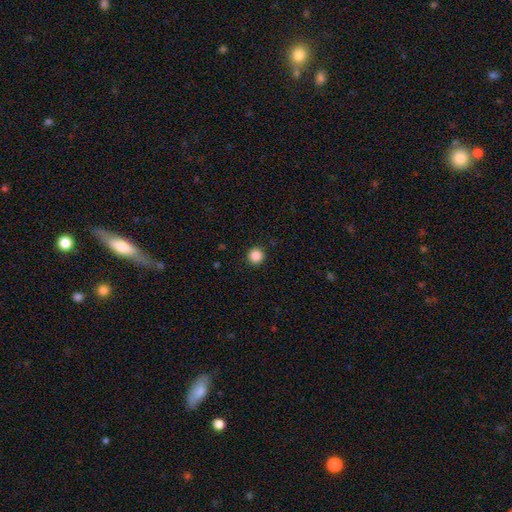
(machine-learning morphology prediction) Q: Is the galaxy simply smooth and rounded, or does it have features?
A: smooth — 87%.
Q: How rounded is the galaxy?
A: round — 95%.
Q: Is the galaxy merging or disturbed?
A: none — 92%.